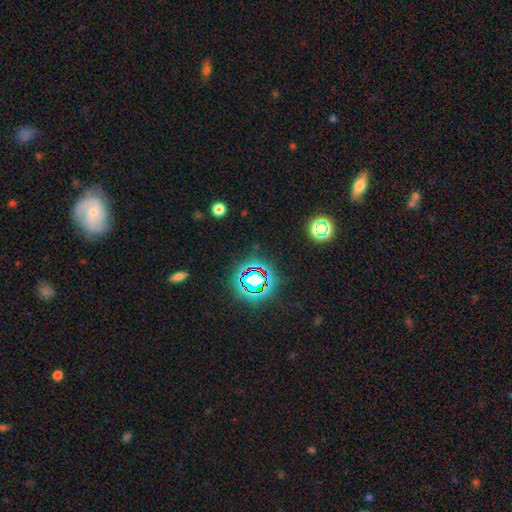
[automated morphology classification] Smooth or featured? star or artifact (77%)